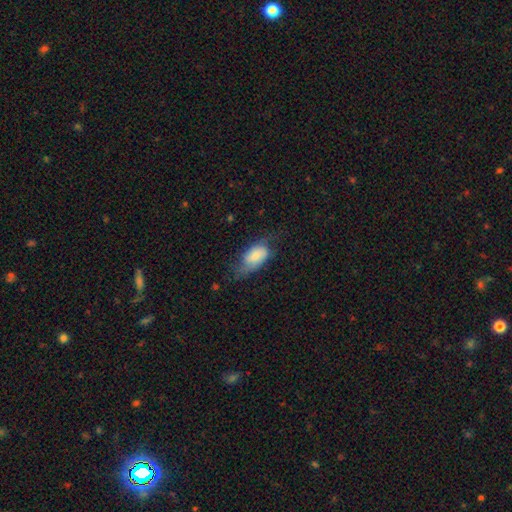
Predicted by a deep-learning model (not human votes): smooth_or_featured: smooth (p=0.63) [alt: featured or disk p=0.29]
how_rounded: in between (p=0.92) [alt: round p=0.04]
merging: none (p=0.43) [alt: minor disturbance p=0.33]